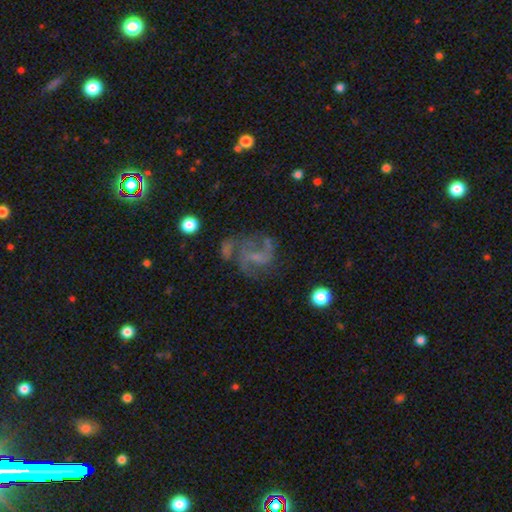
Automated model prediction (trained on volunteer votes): smooth-or-featured: featured or disk: 68% | star or artifact: 16% | smooth: 16%
  disk-edge-on: no: 98% | yes: 2%
    bar: no: 45% | weak: 41% | strong: 14%
    has-spiral-arms: yes: 81% | no: 19%
      spiral-winding: medium: 43% (tied) | loose: 43% (tied) | tight: 15%
      spiral-arm-count: 2: 53% | can't tell: 19% | 3: 14% | 1: 6% | 4: 4% | more than 4: 4%
    bulge-size: none: 50% | small: 32% | moderate: 14% | large: 2% | dominant: 1%
  merging: none: 49% | major disturbance: 25% | minor disturbance: 18% | merger: 8%